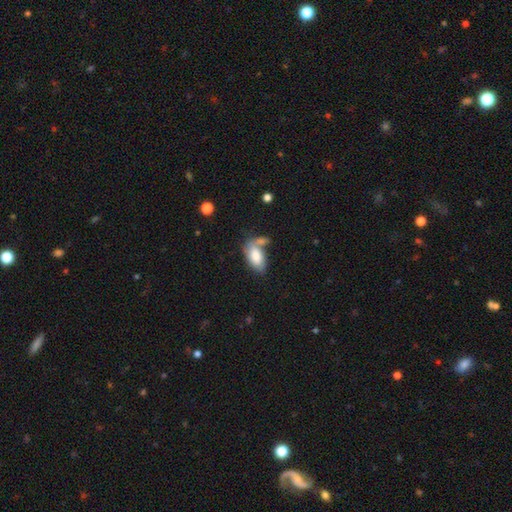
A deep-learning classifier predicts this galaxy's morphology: Smooth or featured? Predicted: smooth (p=0.80). How rounded? Predicted: in between (p=0.93). Merging? Predicted: none (p=0.37).